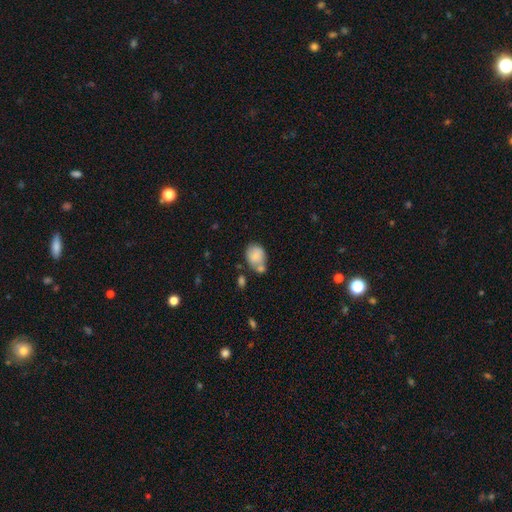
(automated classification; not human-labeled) Smooth or featured? smooth (78%)
How rounded? in between (62%)
Merging? none (40%)